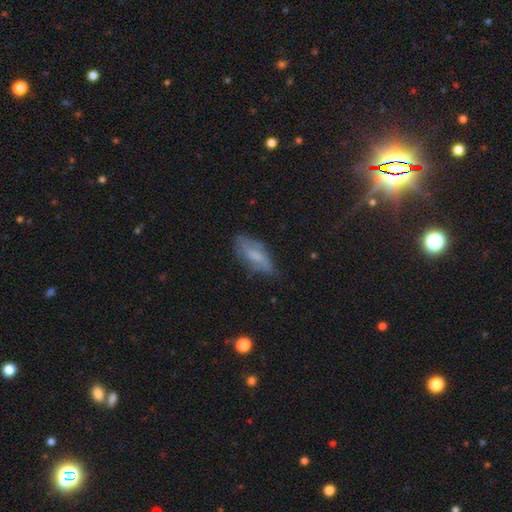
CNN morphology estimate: Smooth or featured? smooth (53%)
How rounded? in between (75%)
Merging? none (64%)